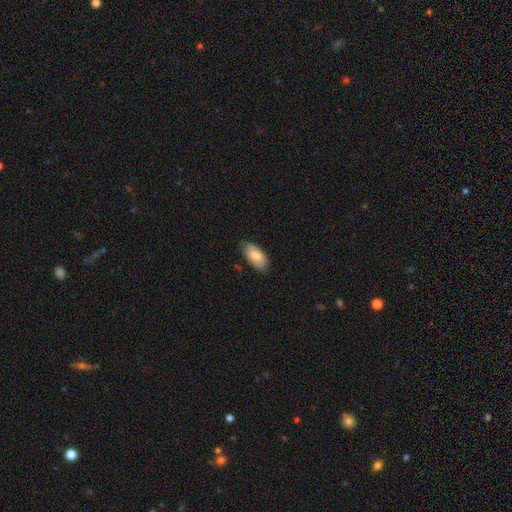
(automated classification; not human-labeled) Q: Smooth or featured?
A: smooth (74%); runner-up: featured or disk (20%)
Q: How rounded?
A: in between (94%); runner-up: cigar-shaped (4%)
Q: Merging?
A: none (74%); runner-up: minor disturbance (22%)